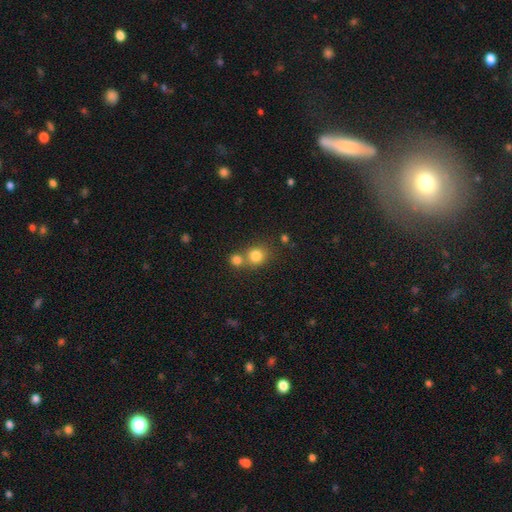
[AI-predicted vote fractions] This is clearly a smooth galaxy (81%). How rounded: clearly round (82%). Merging: possibly none (52%).